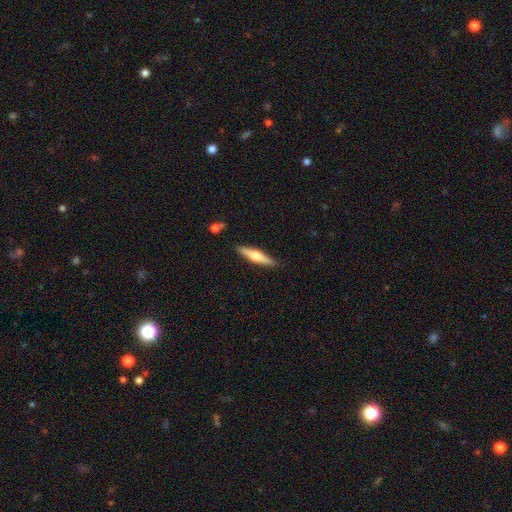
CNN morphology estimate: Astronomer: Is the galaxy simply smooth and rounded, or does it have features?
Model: featured or disk — 49% (runner-up: smooth, 45%).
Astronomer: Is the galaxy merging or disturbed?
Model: none — 88%.